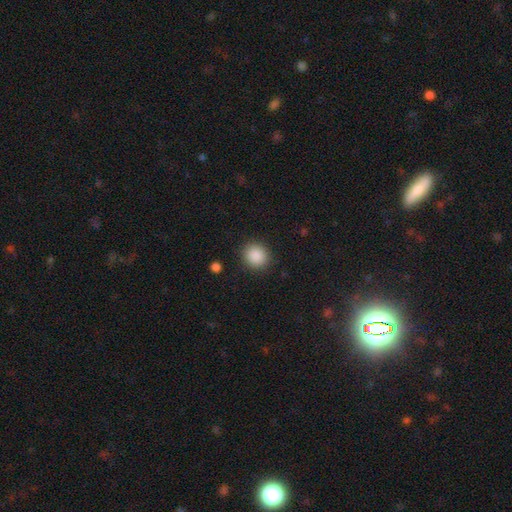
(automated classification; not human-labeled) smooth-or-featured: smooth: 89% | star or artifact: 8% | featured or disk: 3%
  how-rounded: round: 87% | in between: 12% | cigar-shaped: 1%
  merging: none: 90% | minor disturbance: 6% | major disturbance: 2% | merger: 1%